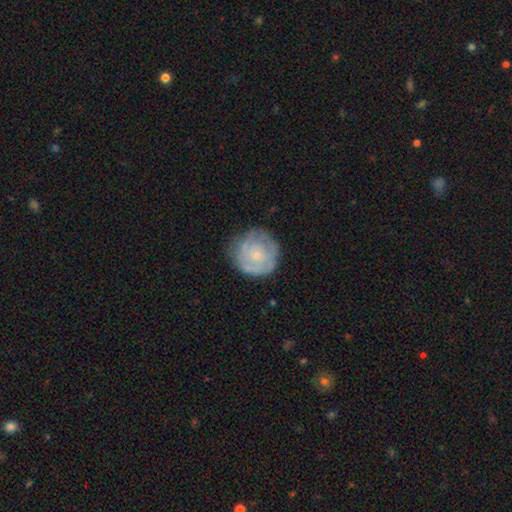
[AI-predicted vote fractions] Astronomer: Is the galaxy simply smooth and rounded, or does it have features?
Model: featured or disk — 58% (runner-up: smooth, 36%).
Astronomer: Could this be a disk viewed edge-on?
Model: no — 98%.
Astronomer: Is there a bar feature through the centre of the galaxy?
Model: no — 84%.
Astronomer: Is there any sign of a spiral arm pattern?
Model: yes — 67%.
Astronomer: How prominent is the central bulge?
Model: small — 74%.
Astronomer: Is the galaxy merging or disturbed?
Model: none — 71%.